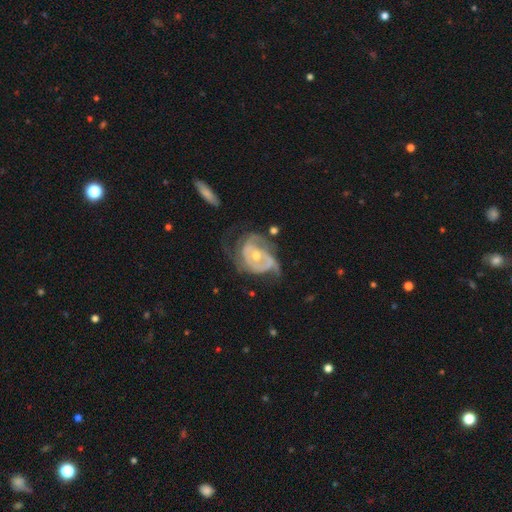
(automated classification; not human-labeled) This is clearly a featured or disk galaxy (85%). It is clearly not viewed edge-on (97%). Bar: likely no (62%). Spiral arm pattern: clearly yes (88%). Spiral arm count: marginally 2 (42%). Spiral winding: possibly tight (54%). Central bulge: possibly moderate (58%). Merging: marginally none (41%).